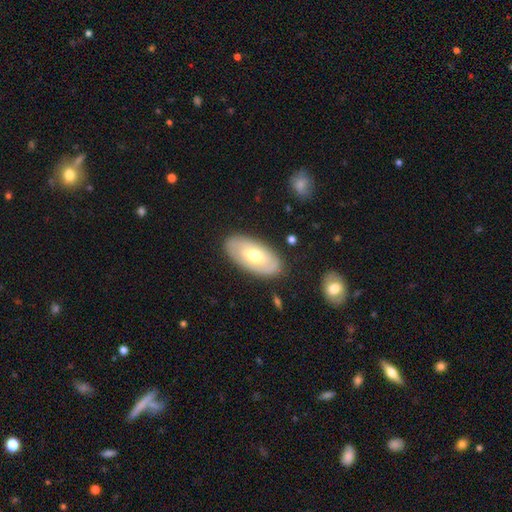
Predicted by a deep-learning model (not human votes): smooth_or_featured: smooth (p=0.53) [alt: featured or disk p=0.42]
how_rounded: in between (p=0.93) [alt: cigar-shaped p=0.04]
merging: none (p=0.84) [alt: minor disturbance p=0.11]